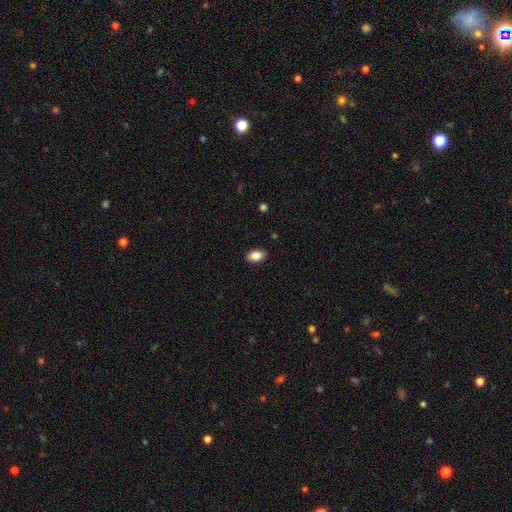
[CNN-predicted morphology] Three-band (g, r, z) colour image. It shows a smooth galaxy with no disk features (86%) that is in between round and cigar-shaped (91%). Merging: none (89%).